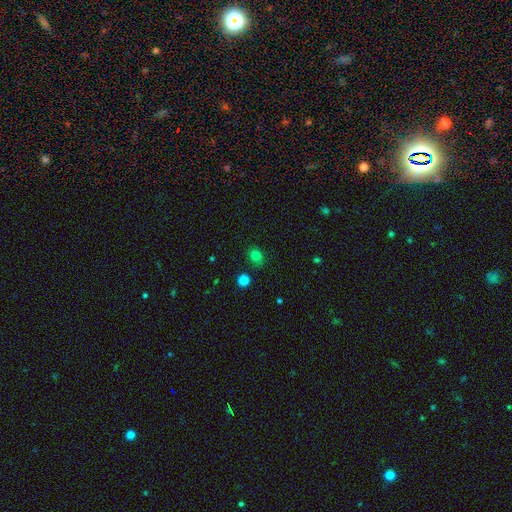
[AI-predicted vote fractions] Morphology: type=smooth (79%); roundness=round (61%); merging=none (81%).